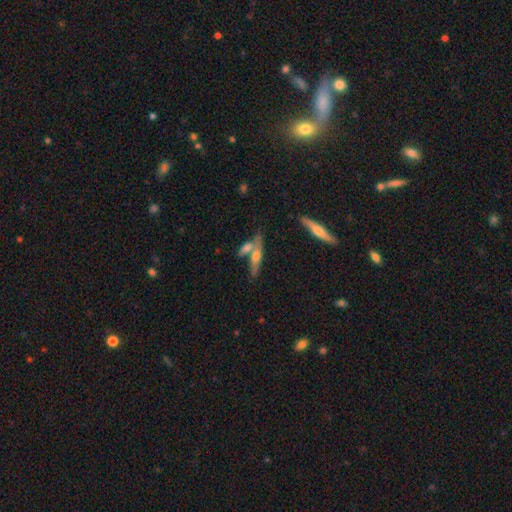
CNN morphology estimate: This is possibly a featured or disk galaxy (50%). Merging: possibly none (51%).